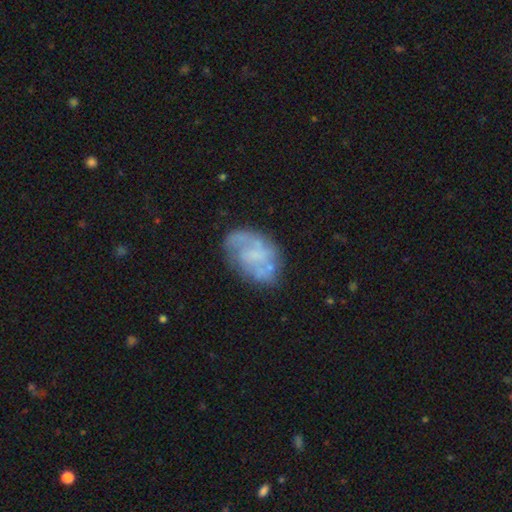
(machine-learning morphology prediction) Smooth or featured? Predicted: featured or disk (p=0.64). Edge-on disk? Predicted: no (p=0.97). Bar? Predicted: no (p=0.60). Spiral arms? Predicted: yes (p=0.68). Bulge size? Predicted: none (p=0.56). Merging? Predicted: none (p=0.60).